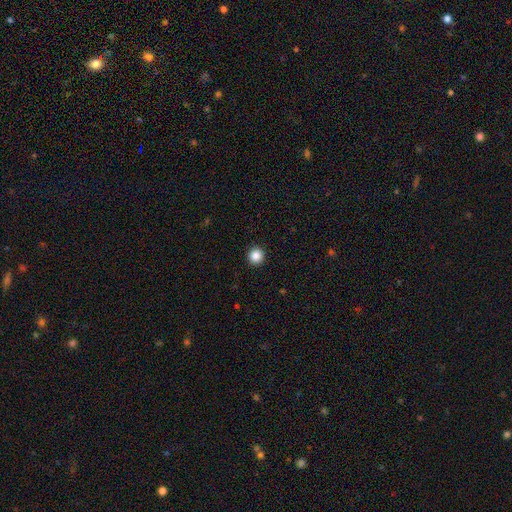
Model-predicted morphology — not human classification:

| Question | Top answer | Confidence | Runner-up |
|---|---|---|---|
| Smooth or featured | smooth | 87% | star or artifact (10%) |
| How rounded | round | 94% | in between (5%) |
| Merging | none | 94% | minor disturbance (4%) |